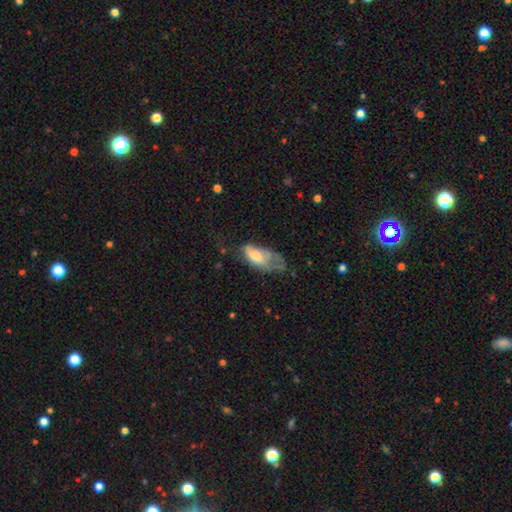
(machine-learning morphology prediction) Smooth or featured? Predicted: smooth (p=0.65). How rounded? Predicted: in between (p=0.88). Merging? Predicted: major disturbance (p=0.44).